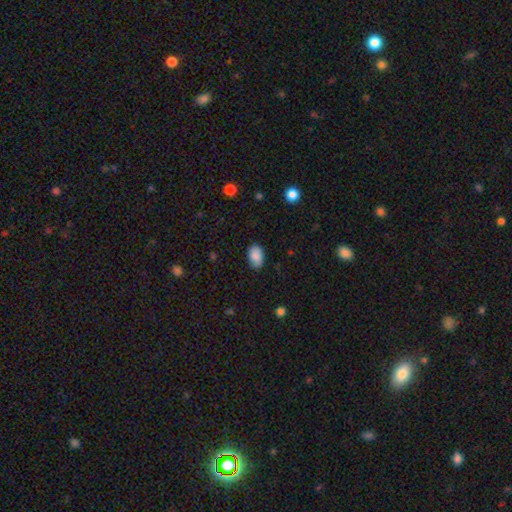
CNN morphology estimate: smooth_or_featured: smooth (p=0.87) [alt: star or artifact p=0.07]
how_rounded: in between (p=0.89) [alt: round p=0.09]
merging: none (p=0.80) [alt: minor disturbance p=0.16]